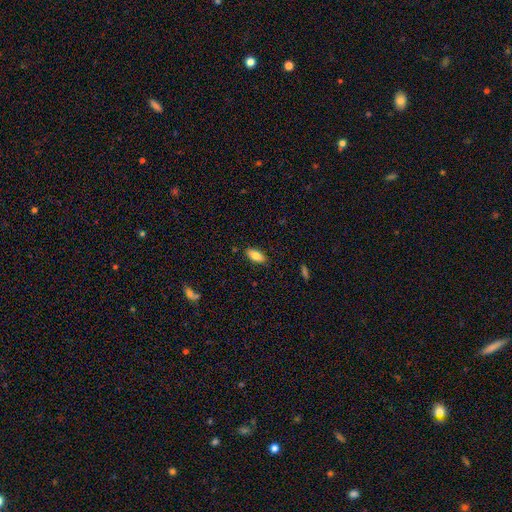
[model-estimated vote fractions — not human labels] smooth_or_featured: smooth (p=0.84) [alt: featured or disk p=0.09]
how_rounded: in between (p=0.87) [alt: cigar-shaped p=0.11]
merging: none (p=0.86) [alt: minor disturbance p=0.11]